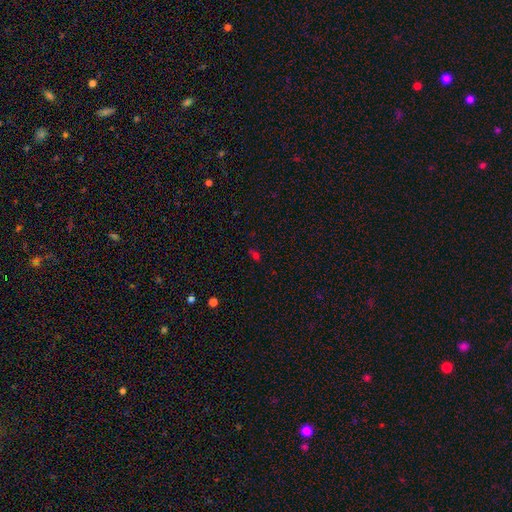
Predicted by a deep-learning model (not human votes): This appears to be a smooth galaxy with no disk features (49%). Merging: none (65%).